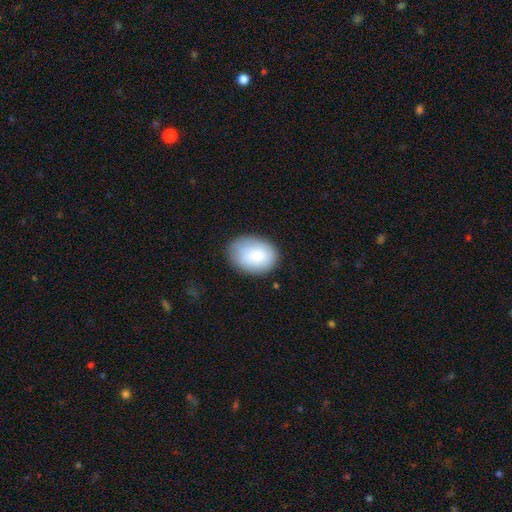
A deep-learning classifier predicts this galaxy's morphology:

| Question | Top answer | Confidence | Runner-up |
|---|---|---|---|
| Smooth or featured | smooth | 81% | featured or disk (13%) |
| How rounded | in between | 69% | round (30%) |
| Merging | none | 73% | minor disturbance (20%) |